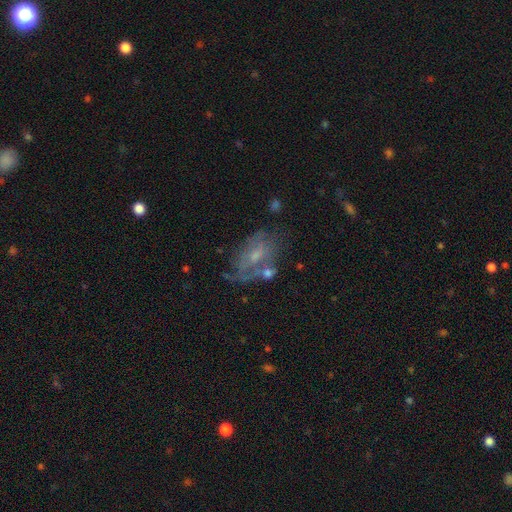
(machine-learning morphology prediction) Smooth or featured? Predicted: featured or disk (p=0.59). Edge-on disk? Predicted: no (p=0.93). Bar? Predicted: no (p=0.57). Spiral arms? Predicted: yes (p=0.55). Bulge size? Predicted: small (p=0.51). Merging? Predicted: none (p=0.47).